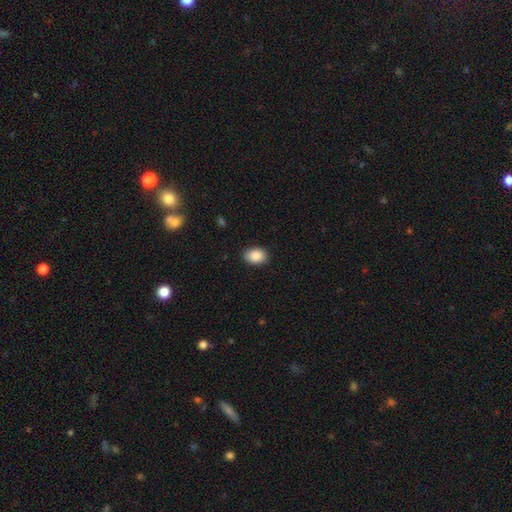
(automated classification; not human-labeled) Morphology: type=smooth (88%); roundness=in between (78%); merging=none (89%).